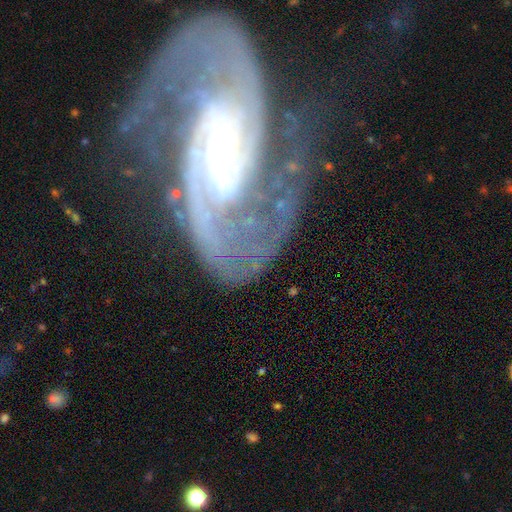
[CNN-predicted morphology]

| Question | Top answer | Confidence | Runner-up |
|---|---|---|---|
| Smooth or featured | featured or disk | 91% | star or artifact (5%) |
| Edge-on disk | no | 97% | yes (3%) |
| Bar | no | 45% | weak (34%) |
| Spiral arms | yes | 98% | no (2%) |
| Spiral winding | medium | 44% | tight (42%) |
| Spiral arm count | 2 | 70% | 3 (9%) |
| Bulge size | small | 74% | moderate (17%) |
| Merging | none | 59% | minor disturbance (18%) |